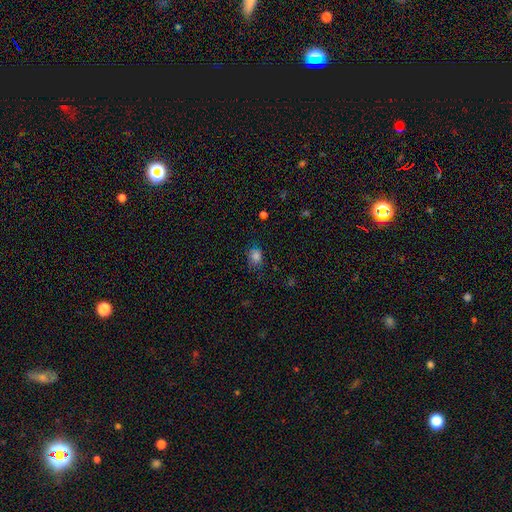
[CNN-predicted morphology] Q: Smooth or featured?
A: smooth (77%); runner-up: star or artifact (16%)
Q: How rounded?
A: in between (53%); runner-up: round (46%)
Q: Merging?
A: none (75%); runner-up: minor disturbance (19%)